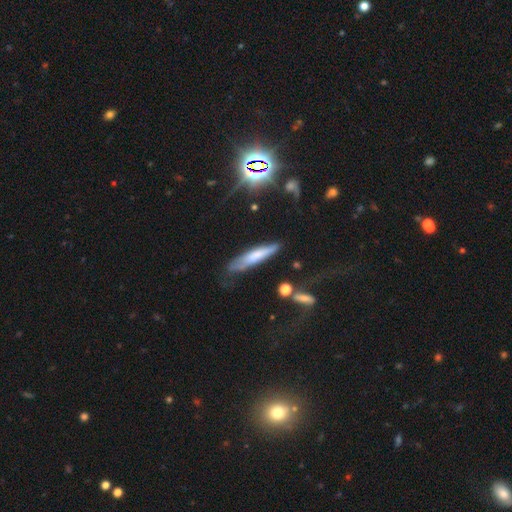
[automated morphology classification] This appears to be a smooth galaxy with no disk features (52%) that is cigar-shaped (84%). Merging: none (59%).